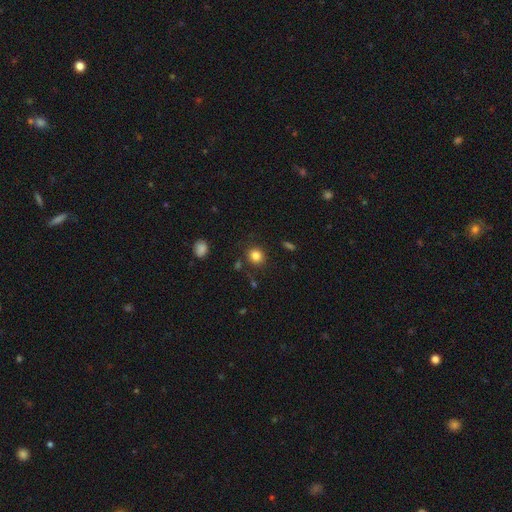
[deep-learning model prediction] A smooth galaxy with no disk features (83%) that is round (80%). Merging: none (85%).